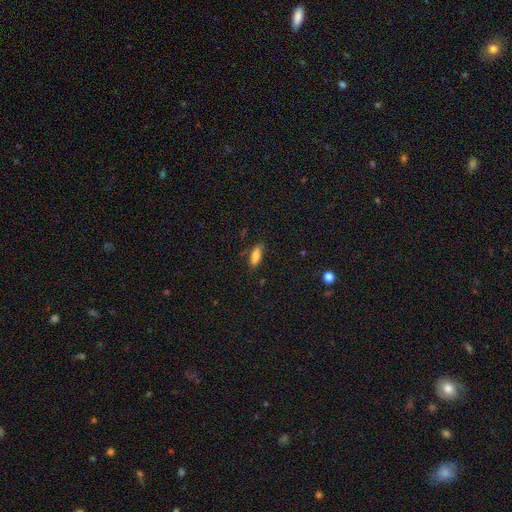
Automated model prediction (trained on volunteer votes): This is clearly a smooth galaxy (81%). How rounded: likely in between (70%). Merging: likely none (77%).